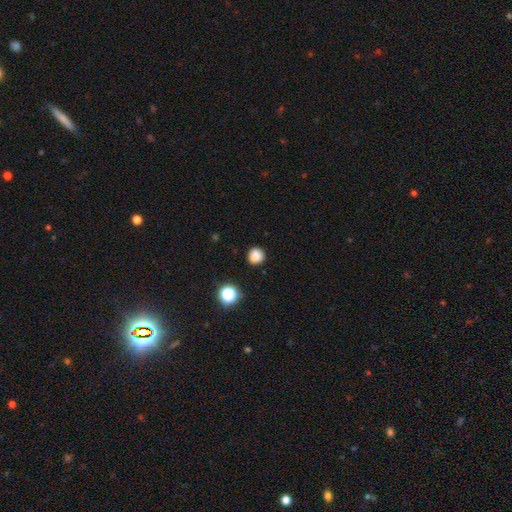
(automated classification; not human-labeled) Smooth or featured: smooth — 83% (star or artifact — 13%)
How rounded: round — 88% (in between — 11%)
Merging: none — 87% (minor disturbance — 9%)